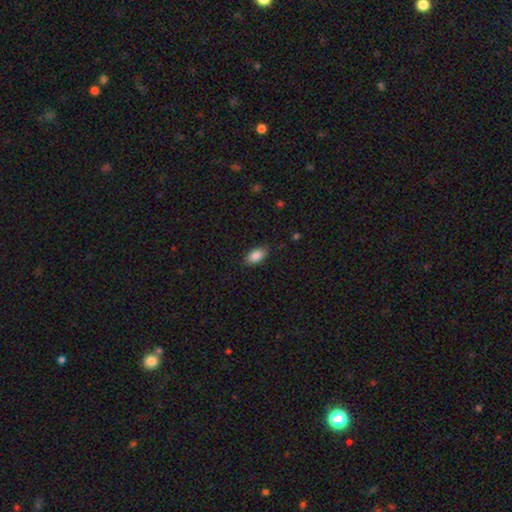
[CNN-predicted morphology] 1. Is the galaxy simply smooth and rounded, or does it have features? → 87% smooth, 7% star or artifact, 6% featured or disk.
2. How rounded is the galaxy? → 91% in between, 5% round, 3% cigar-shaped.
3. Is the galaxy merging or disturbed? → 84% none, 12% minor disturbance, 3% major disturbance, 1% merger.